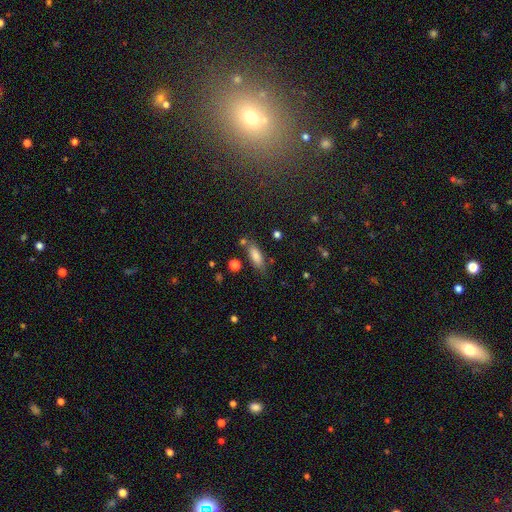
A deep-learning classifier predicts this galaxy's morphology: Overall: smooth (79%). How rounded: in between (65%; cigar-shaped 33%). Merging: none (70%).